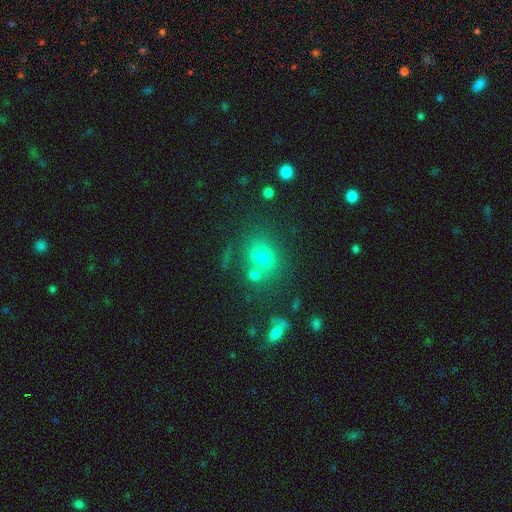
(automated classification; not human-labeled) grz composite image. It shows a smooth galaxy with no disk features (63%) that is round (65%). Merging: none (47%).